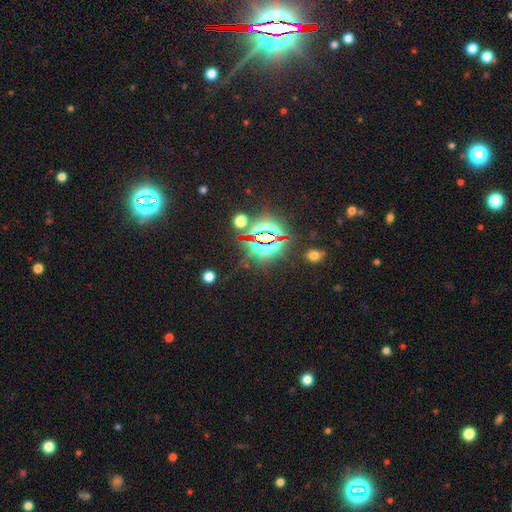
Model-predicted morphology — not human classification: Smooth or featured? star or artifact (85%)